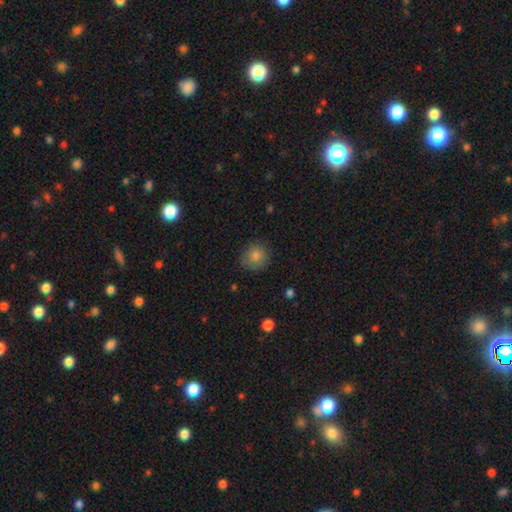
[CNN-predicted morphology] type=smooth (82%); roundness=round (88%); merging=none (81%).